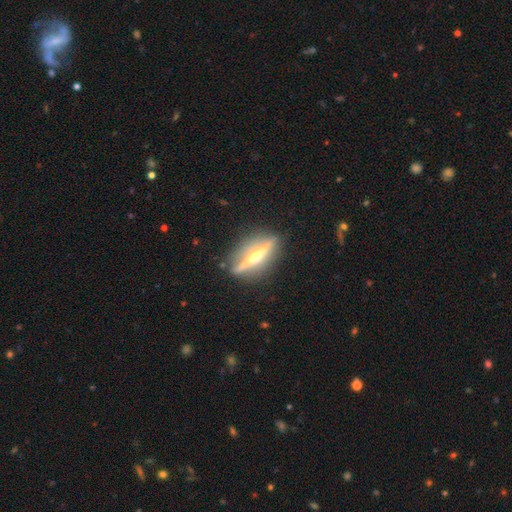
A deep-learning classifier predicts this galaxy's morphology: type=featured or disk (79%); edge-on=yes (92%); edge-on bulge=rounded (88%); merging=none (85%).